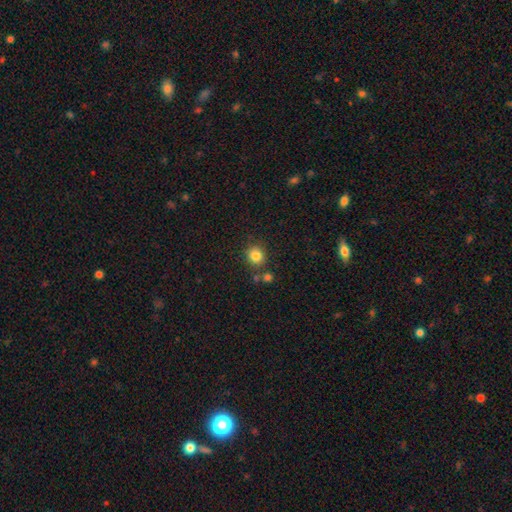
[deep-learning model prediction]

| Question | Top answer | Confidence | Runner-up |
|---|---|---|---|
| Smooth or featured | smooth | 83% | star or artifact (11%) |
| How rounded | round | 87% | in between (12%) |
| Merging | none | 79% | merger (9%) |